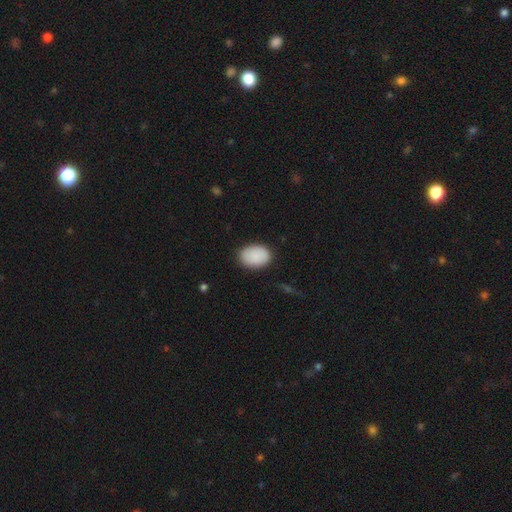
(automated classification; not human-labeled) smooth-or-featured: smooth: 89% | star or artifact: 6% | featured or disk: 4%
  how-rounded: in between: 79% | round: 20% | cigar-shaped: 1%
  merging: none: 85% | minor disturbance: 11% | major disturbance: 3% | merger: 1%